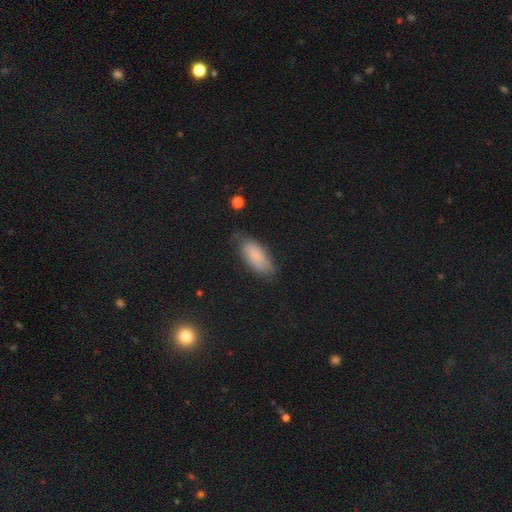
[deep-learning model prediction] Overall: smooth (71%). How rounded: in between (85%). Merging: none (69%).